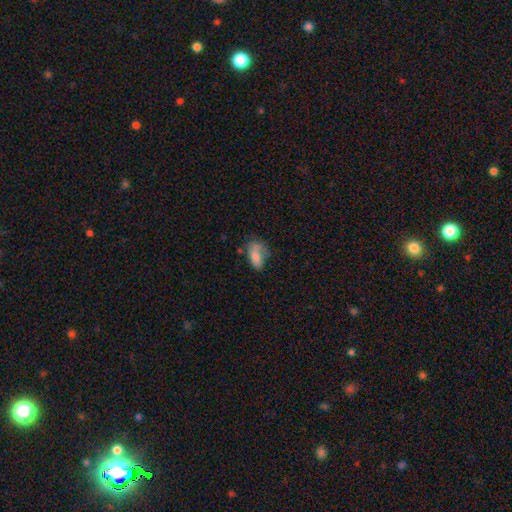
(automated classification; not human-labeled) Smooth or featured? smooth (77%)
How rounded? in between (88%)
Merging? none (38%)